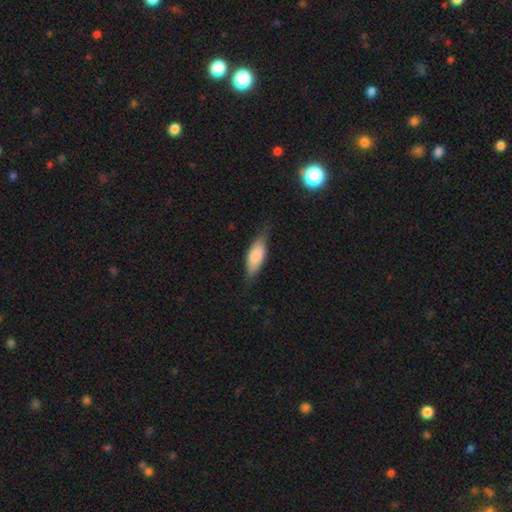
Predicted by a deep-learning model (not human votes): A smooth galaxy with no disk features (78%) that is in between round and cigar-shaped (70%). Merging: none (69%).